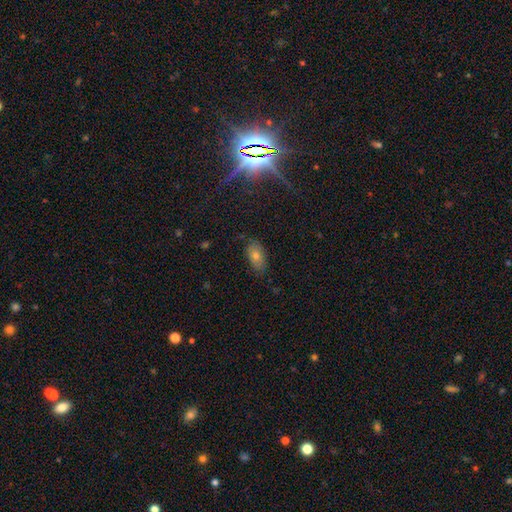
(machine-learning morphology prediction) Smooth or featured: smooth — 56% (star or artifact — 23%)
How rounded: in between — 89% (round — 7%)
Merging: none — 80% (minor disturbance — 15%)